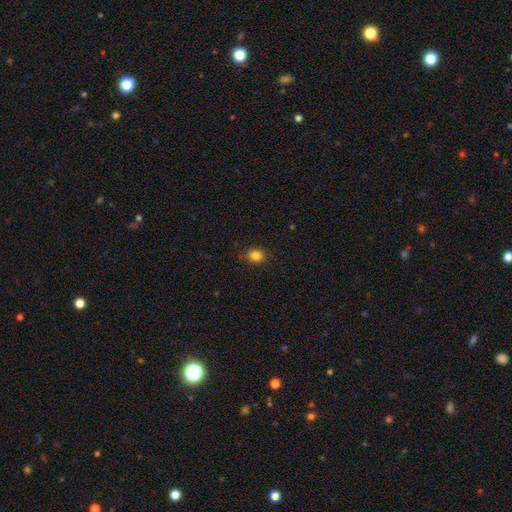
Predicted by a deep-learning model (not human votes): Smooth or featured?
  - smooth: 83% *
  - star or artifact: 12%
  - featured or disk: 5%
How rounded?
  - round: 71% *
  - in between: 28%
  - cigar-shaped: 1%
Merging?
  - none: 86% *
  - minor disturbance: 11%
  - major disturbance: 2%
  - merger: 1%